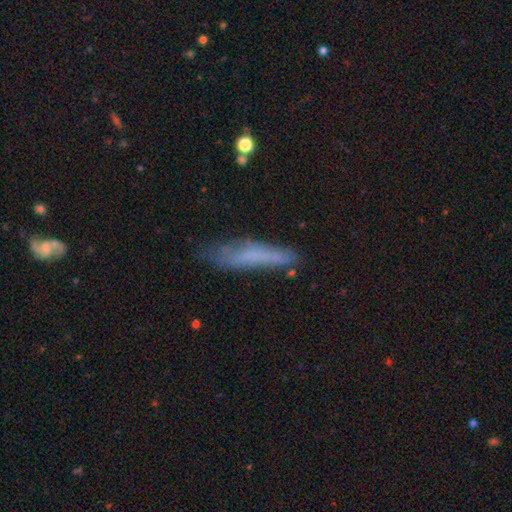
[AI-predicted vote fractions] Smooth or featured: smooth — 58% (featured or disk — 31%)
How rounded: cigar-shaped — 86% (in between — 12%)
Merging: none — 64% (minor disturbance — 25%)